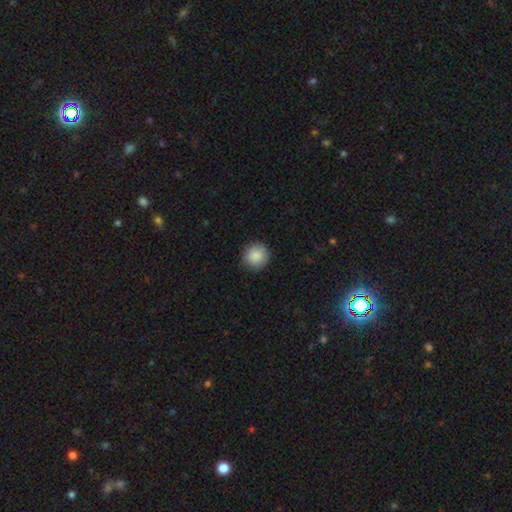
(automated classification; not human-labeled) Smooth or featured: smooth — 88% (star or artifact — 8%)
How rounded: round — 93% (in between — 6%)
Merging: none — 89% (minor disturbance — 8%)